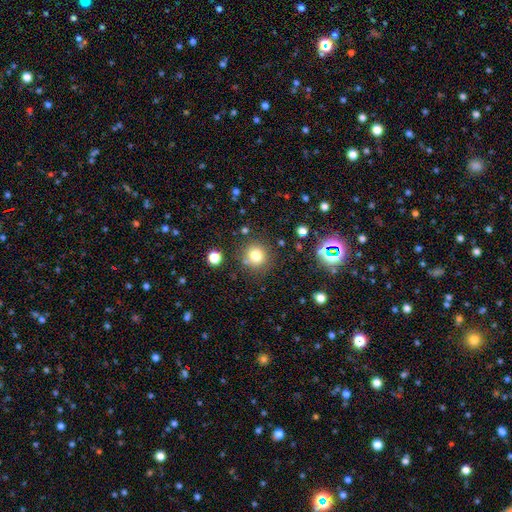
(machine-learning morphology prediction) Q: Smooth or featured?
A: smooth (77%); runner-up: star or artifact (15%)
Q: How rounded?
A: round (92%); runner-up: in between (7%)
Q: Merging?
A: none (82%); runner-up: minor disturbance (9%)